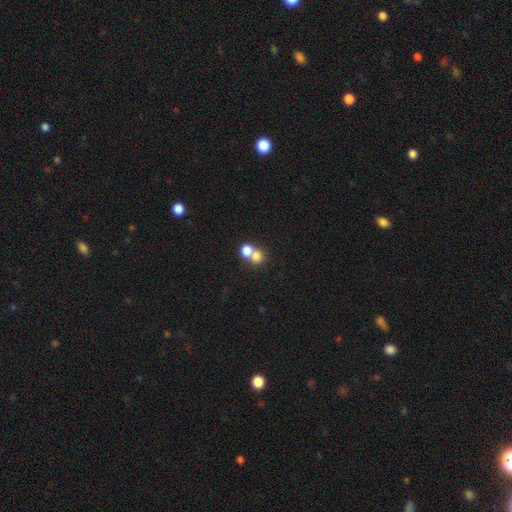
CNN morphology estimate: Smooth or featured: smooth — 76% (featured or disk — 12%)
How rounded: round — 75% (in between — 24%)
Merging: merger — 58% (none — 33%)